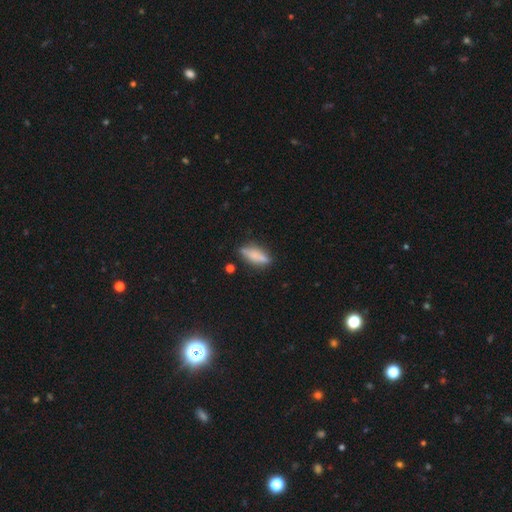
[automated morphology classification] Overall: smooth (63%; featured or disk 29%). How rounded: cigar-shaped (54%; in between 43%). Merging: none (76%).